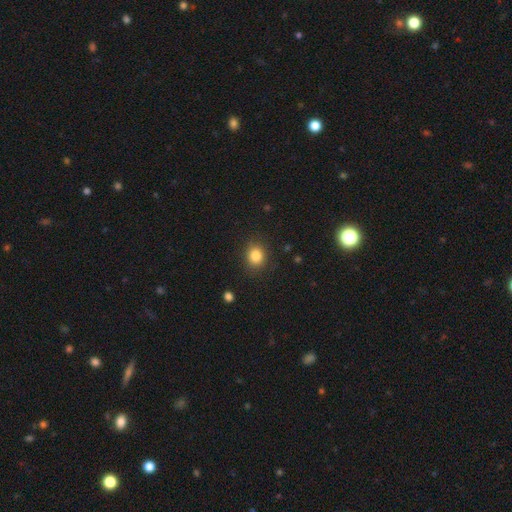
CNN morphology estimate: This appears to be a smooth galaxy with no disk features (84%) that is round (69%). Merging: none (87%).